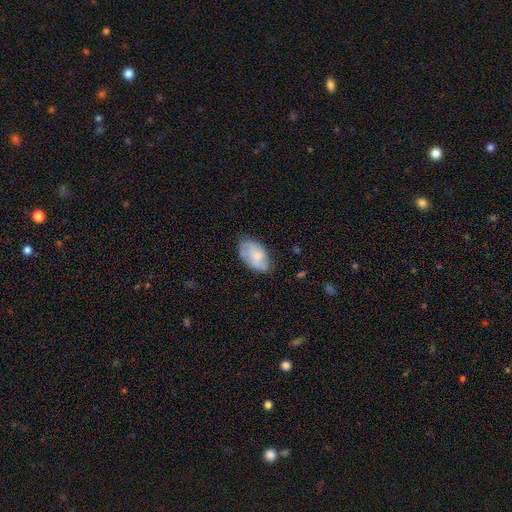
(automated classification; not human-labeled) This appears to be a smooth galaxy with no disk features (53%) that is in between round and cigar-shaped (93%). Merging: none (63%).